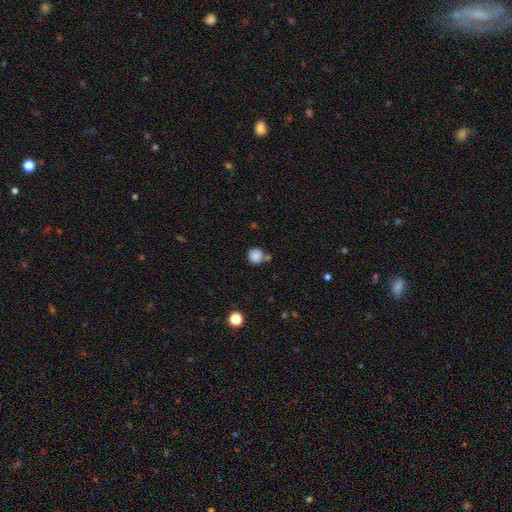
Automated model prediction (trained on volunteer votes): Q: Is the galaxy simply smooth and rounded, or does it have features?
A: smooth — 86%.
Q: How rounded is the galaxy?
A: round — 91%.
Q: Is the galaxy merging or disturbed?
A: none — 63%.